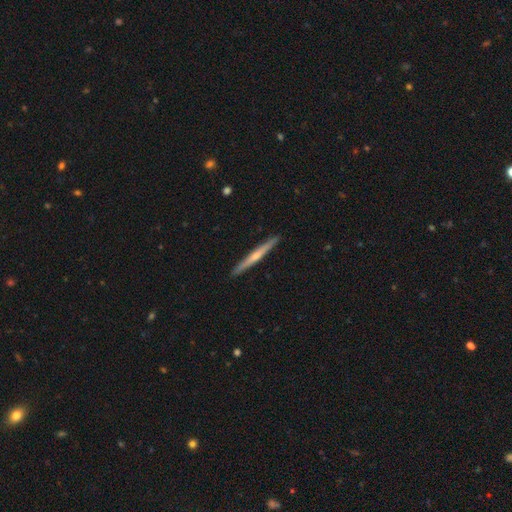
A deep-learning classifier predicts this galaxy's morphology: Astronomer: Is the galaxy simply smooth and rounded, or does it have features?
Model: featured or disk — 69%.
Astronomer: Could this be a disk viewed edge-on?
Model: yes — 97%.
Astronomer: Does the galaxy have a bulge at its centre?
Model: rounded — 74%.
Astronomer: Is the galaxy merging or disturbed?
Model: none — 91%.